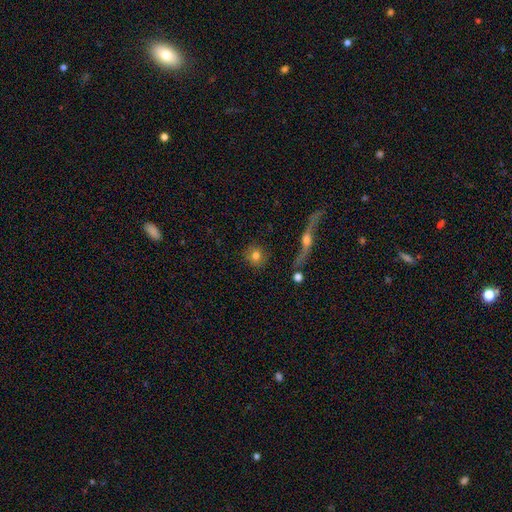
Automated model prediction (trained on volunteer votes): smooth_or_featured: smooth (p=0.77) [alt: featured or disk p=0.14]
how_rounded: round (p=0.90) [alt: in between p=0.08]
merging: none (p=0.83) [alt: minor disturbance p=0.09]